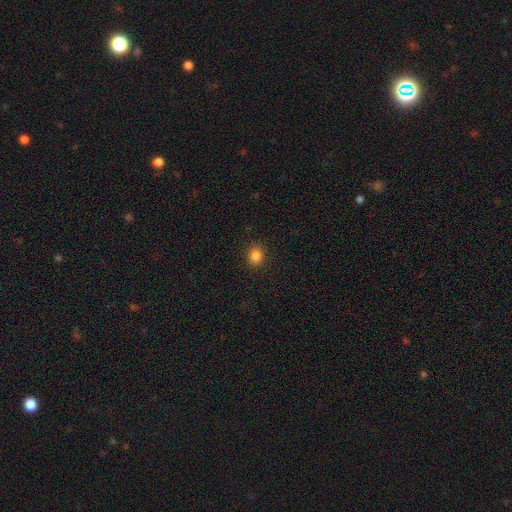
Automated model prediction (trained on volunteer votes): Smooth or featured? smooth (85%)
How rounded? round (69%)
Merging? none (90%)